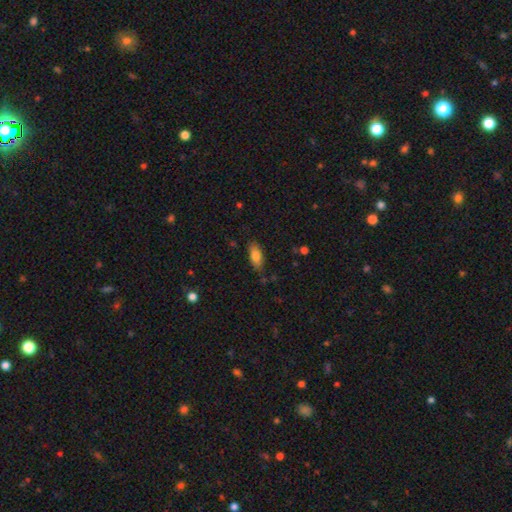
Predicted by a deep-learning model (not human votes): Smooth or featured?
  - smooth: 80% *
  - featured or disk: 12%
  - star or artifact: 7%
How rounded?
  - in between: 82% *
  - cigar-shaped: 15%
  - round: 3%
Merging?
  - none: 80% *
  - minor disturbance: 15%
  - major disturbance: 3%
  - merger: 2%